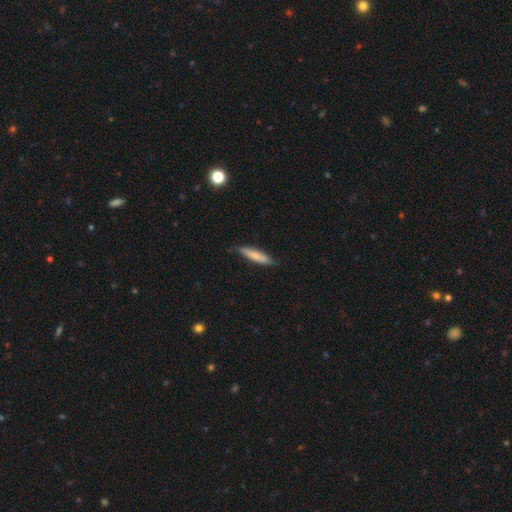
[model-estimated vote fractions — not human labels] Smooth or featured? smooth (74%)
How rounded? cigar-shaped (83%)
Merging? none (79%)